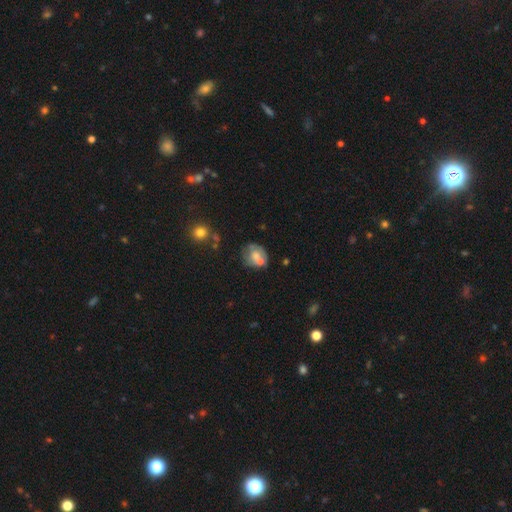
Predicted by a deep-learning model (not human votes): A smooth galaxy with no disk features (50%).

Vote fractions:
- Smooth or featured? smooth: 50% / featured or disk: 41% / star or artifact: 9%
- Merging? none: 36% / merger: 32% / minor disturbance: 21% / major disturbance: 12%